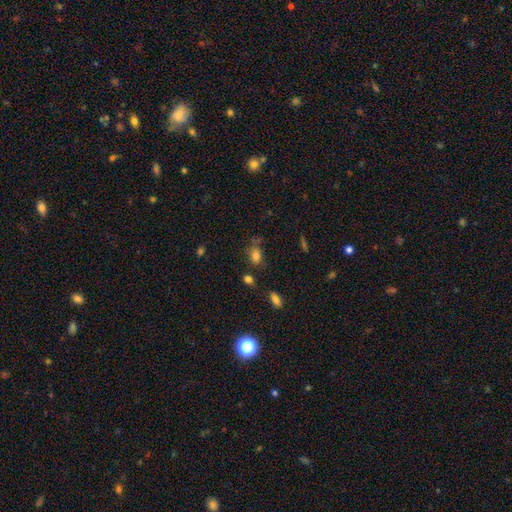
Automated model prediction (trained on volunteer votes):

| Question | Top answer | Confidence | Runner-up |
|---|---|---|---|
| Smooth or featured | smooth | 78% | star or artifact (14%) |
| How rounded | in between | 78% | round (20%) |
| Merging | none | 53% | minor disturbance (25%) |